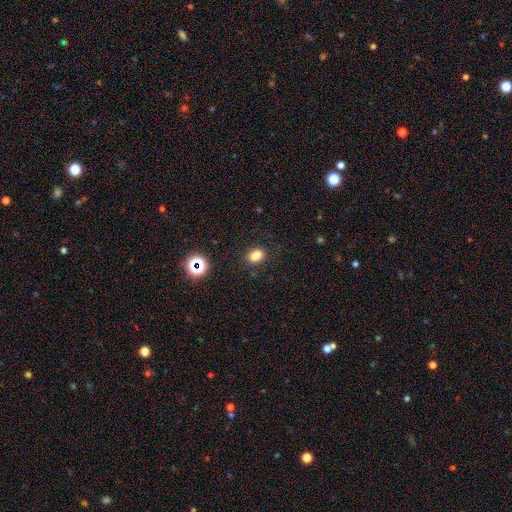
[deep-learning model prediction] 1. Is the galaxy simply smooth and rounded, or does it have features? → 76% smooth, 16% star or artifact, 8% featured or disk.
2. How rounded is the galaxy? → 66% in between, 33% round, 2% cigar-shaped.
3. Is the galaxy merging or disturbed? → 69% none, 15% minor disturbance, 11% merger, 5% major disturbance.